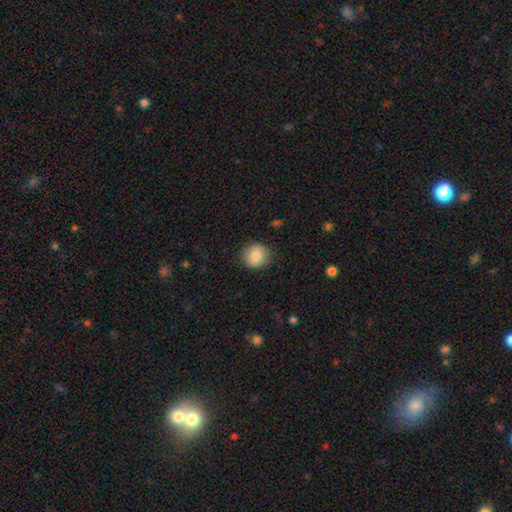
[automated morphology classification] Smooth or featured: smooth — 83% (featured or disk — 9%)
How rounded: round — 87% (in between — 12%)
Merging: none — 87% (minor disturbance — 10%)